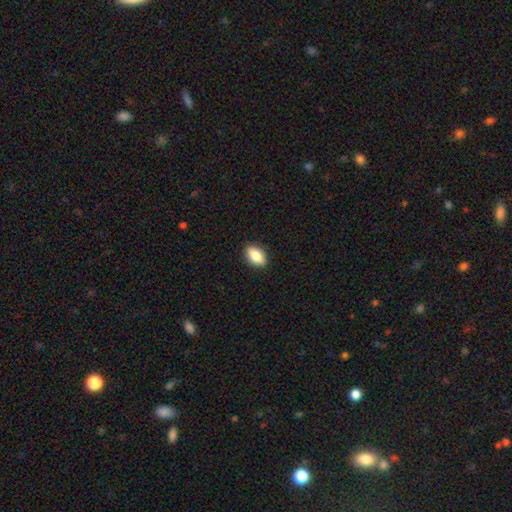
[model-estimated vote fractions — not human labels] A smooth galaxy with no disk features (81%) that is in between round and cigar-shaped (88%). Merging: none (90%).